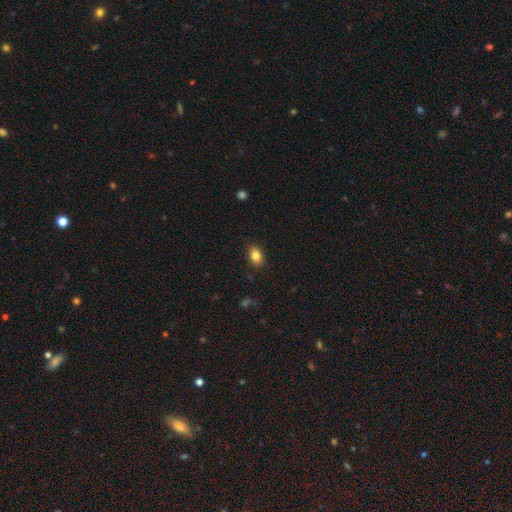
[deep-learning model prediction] This appears to be a smooth galaxy with no disk features (84%) that is in between round and cigar-shaped (84%). Merging: none (87%).